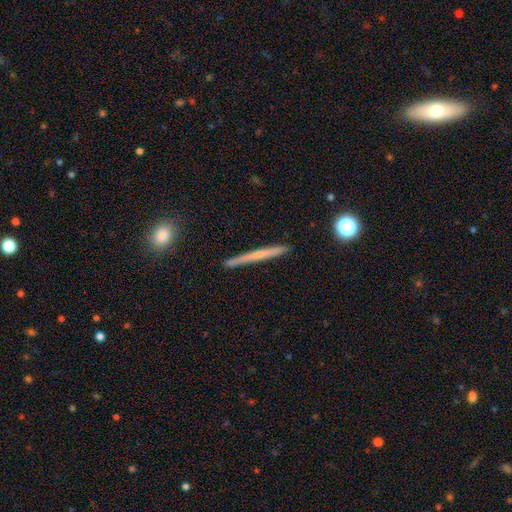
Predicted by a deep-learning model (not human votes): A featured or disk galaxy (55%) viewed edge-on (97%) with no central bulge (57%).

Vote fractions:
- Smooth or featured? featured or disk: 55% / smooth: 38% / star or artifact: 7%
- Edge-on disk? yes: 97% / no: 3%
- Edge-on bulge? none: 57% / rounded: 38% / boxy: 5%
- Merging? none: 89% / minor disturbance: 8% / merger: 2% / major disturbance: 1%